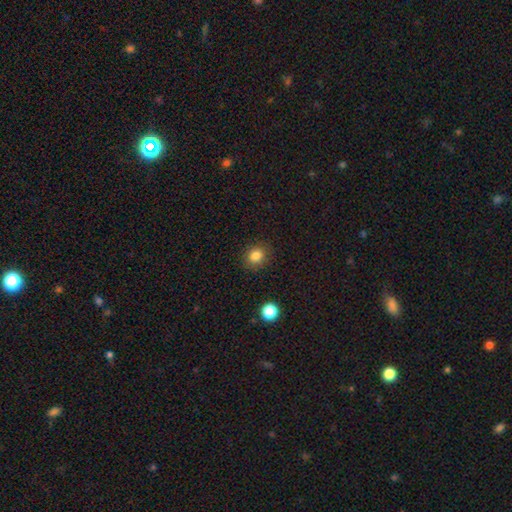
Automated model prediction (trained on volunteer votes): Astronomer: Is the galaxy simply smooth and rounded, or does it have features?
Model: smooth — 84%.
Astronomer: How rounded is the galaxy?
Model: round — 71%.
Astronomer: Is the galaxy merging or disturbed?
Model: none — 87%.